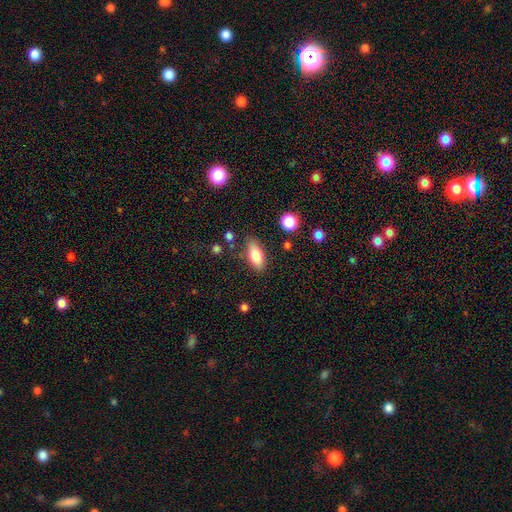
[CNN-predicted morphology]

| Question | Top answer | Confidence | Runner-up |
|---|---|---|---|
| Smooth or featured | smooth | 80% | featured or disk (13%) |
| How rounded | in between | 83% | cigar-shaped (14%) |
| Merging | none | 79% | minor disturbance (14%) |